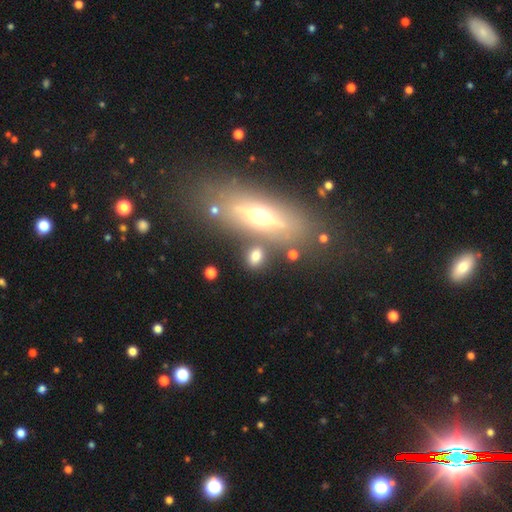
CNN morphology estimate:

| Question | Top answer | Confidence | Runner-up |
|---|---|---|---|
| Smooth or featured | smooth | 57% | featured or disk (29%) |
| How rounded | in between | 60% | round (30%) |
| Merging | none | 76% | minor disturbance (10%) |